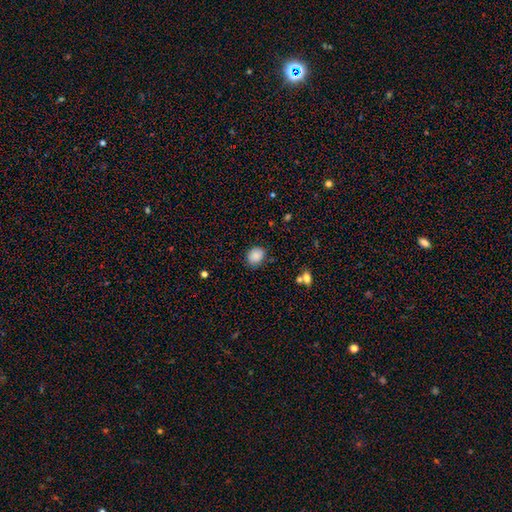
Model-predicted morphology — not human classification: A smooth galaxy with no disk features (87%) that is round (56%). Merging: none (81%).